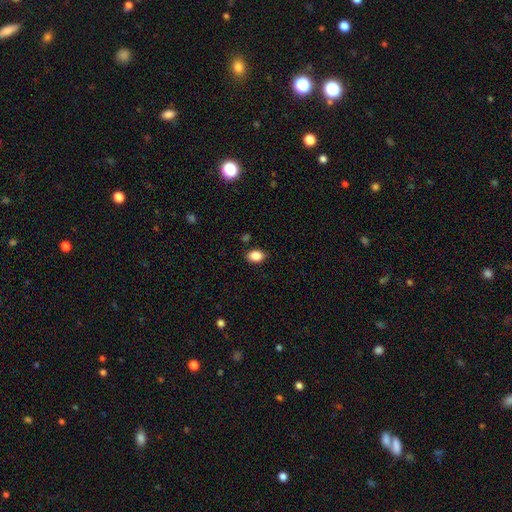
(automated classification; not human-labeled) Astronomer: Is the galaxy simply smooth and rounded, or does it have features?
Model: smooth — 86%.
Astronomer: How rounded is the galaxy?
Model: in between — 82%.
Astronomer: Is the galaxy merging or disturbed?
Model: none — 85%.